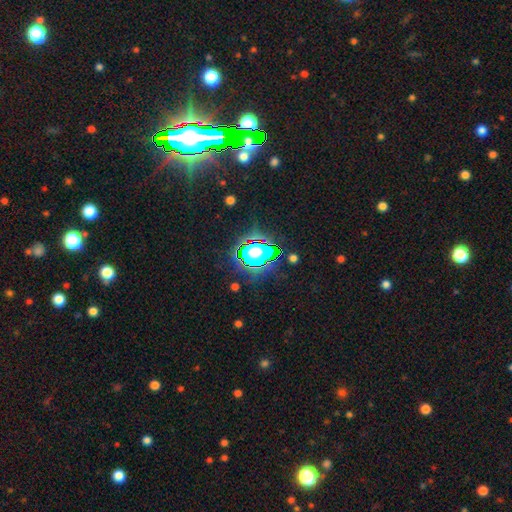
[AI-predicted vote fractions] Smooth or featured? Predicted: star or artifact (p=0.79).